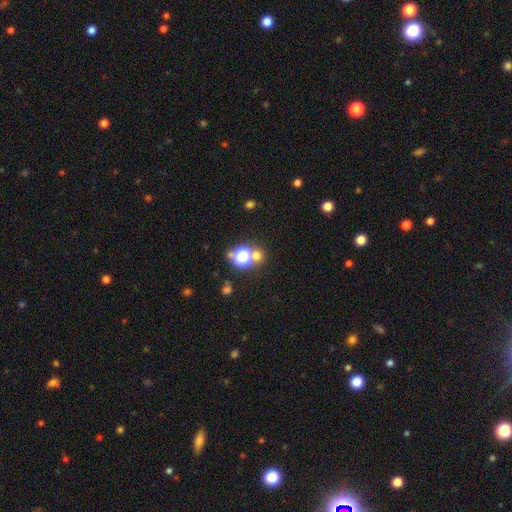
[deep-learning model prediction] Overall: smooth (57%; star or artifact 35%). How rounded: round (86%). Merging: none (63%; merger 26%).